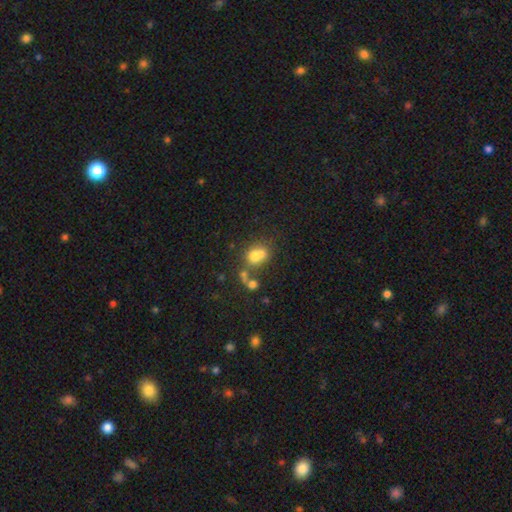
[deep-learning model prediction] smooth-or-featured: smooth: 68% | featured or disk: 18% | star or artifact: 14%
  how-rounded: round: 53% | in between: 45% | cigar-shaped: 1%
  merging: merger: 49% | none: 32% | minor disturbance: 11% | major disturbance: 8%